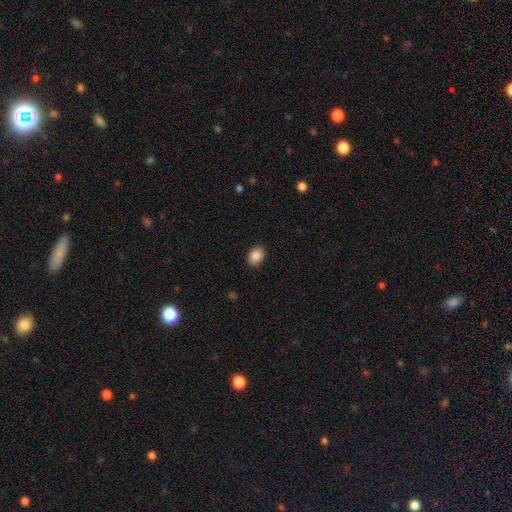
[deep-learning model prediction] This appears to be a smooth galaxy with no disk features (88%) that is in between round and cigar-shaped (73%). Merging: none (90%).